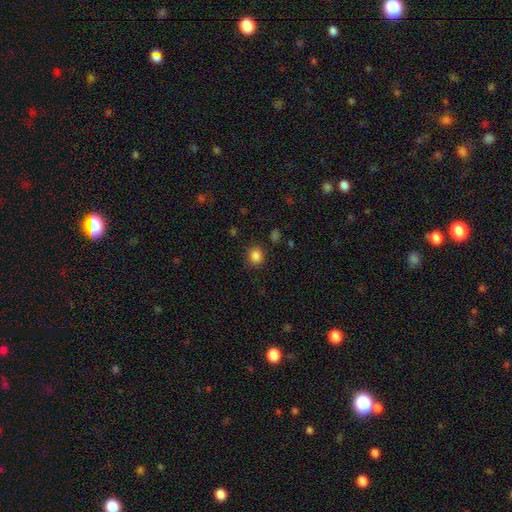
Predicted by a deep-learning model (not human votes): This appears to be a smooth galaxy with no disk features (85%) that is round (82%). Merging: none (85%).